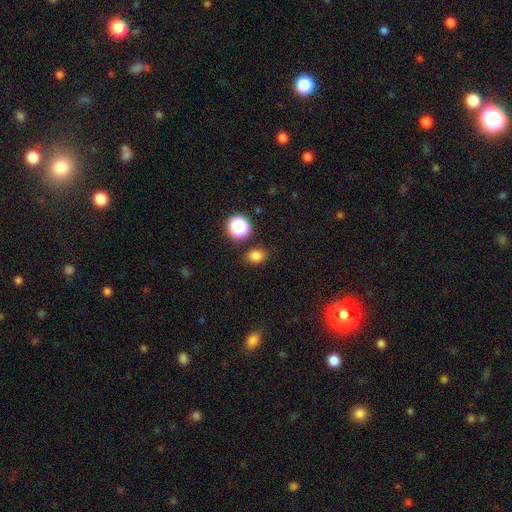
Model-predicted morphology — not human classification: Smooth or featured?
  - smooth: 79% *
  - star or artifact: 16%
  - featured or disk: 5%
How rounded?
  - in between: 58% *
  - round: 41%
  - cigar-shaped: 1%
Merging?
  - none: 83% *
  - minor disturbance: 10%
  - merger: 3%
  - major disturbance: 3%